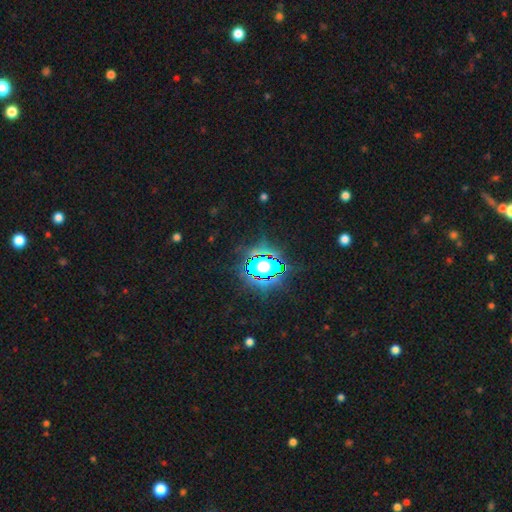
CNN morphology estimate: star or artifact 82%, smooth 11%, featured or disk 7%.